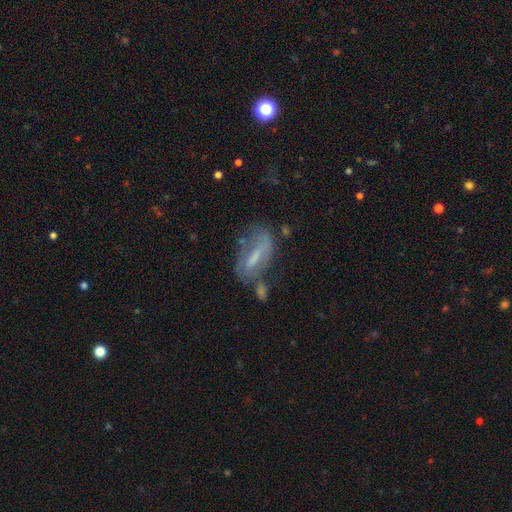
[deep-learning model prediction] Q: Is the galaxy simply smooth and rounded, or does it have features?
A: featured or disk — 50%.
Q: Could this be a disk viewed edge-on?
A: no — 84%.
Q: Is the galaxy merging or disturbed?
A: none — 41%.